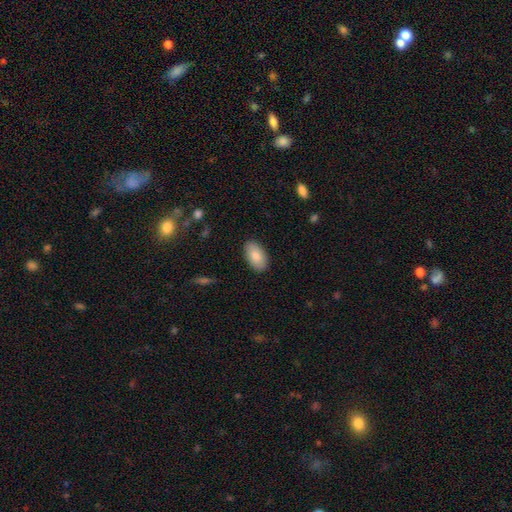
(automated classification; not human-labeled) smooth 85%, featured or disk 9%, star or artifact 6%. Down the decision tree: how rounded — in between (95%); merging — none (88%).